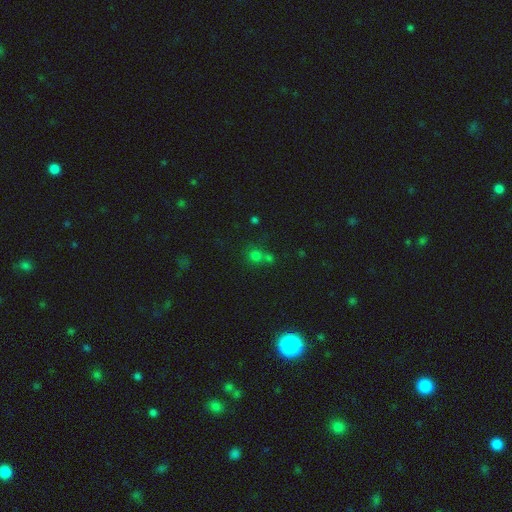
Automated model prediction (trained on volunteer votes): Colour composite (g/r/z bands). It shows a smooth galaxy with no disk features (66%) that is round (85%). Merging: none (49%).